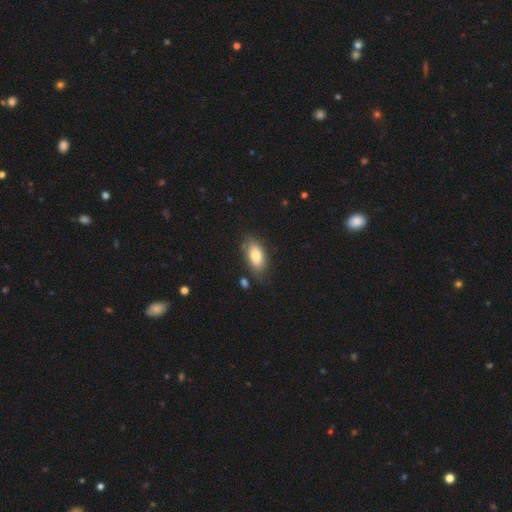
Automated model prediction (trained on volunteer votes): smooth 80%, featured or disk 14%, star or artifact 6%. Down the decision tree: how rounded — in between (91%); merging — none (73%).